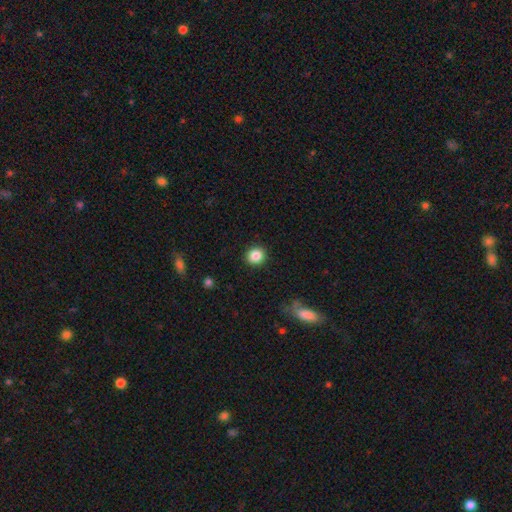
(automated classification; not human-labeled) smooth 86%, star or artifact 10%, featured or disk 4%. Down the decision tree: how rounded — round (83%); merging — none (90%).